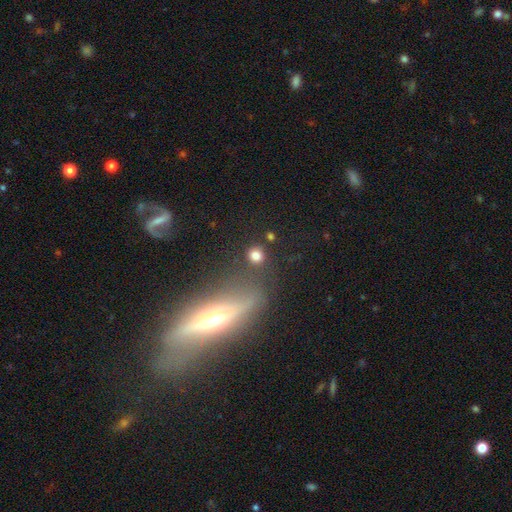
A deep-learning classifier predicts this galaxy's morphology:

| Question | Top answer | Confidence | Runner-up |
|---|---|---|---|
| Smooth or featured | smooth | 79% | star or artifact (14%) |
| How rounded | round | 84% | in between (14%) |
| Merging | none | 80% | minor disturbance (8%) |